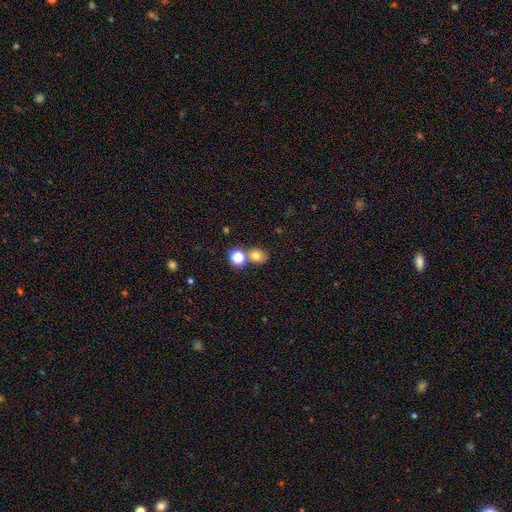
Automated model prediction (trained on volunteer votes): smooth_or_featured: smooth (p=0.75) [alt: star or artifact p=0.16]
how_rounded: round (p=0.62) [alt: in between p=0.37]
merging: none (p=0.60) [alt: merger p=0.26]